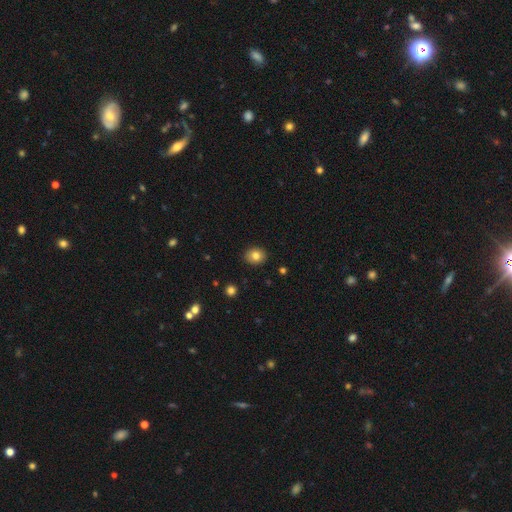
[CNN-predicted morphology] A smooth galaxy with no disk features (82%) that is round (62%).

Vote fractions:
- Smooth or featured? smooth: 82% / star or artifact: 10% / featured or disk: 8%
- How rounded? round: 62% / in between: 37% / cigar-shaped: 1%
- Merging? none: 89% / minor disturbance: 8% / major disturbance: 2% / merger: 1%